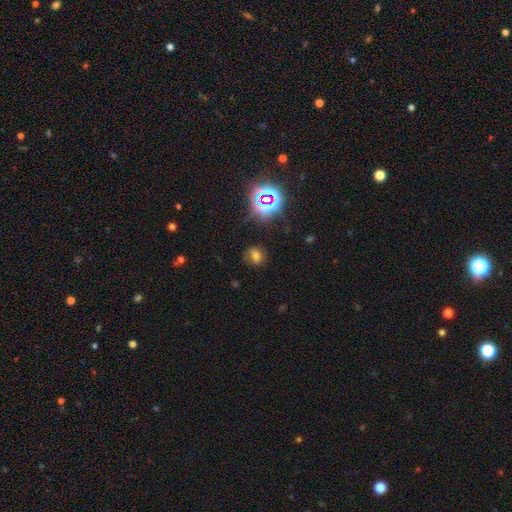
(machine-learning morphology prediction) smooth 59%, star or artifact 28%, featured or disk 12%. Down the decision tree: how rounded — round (58%); merging — none (71%).